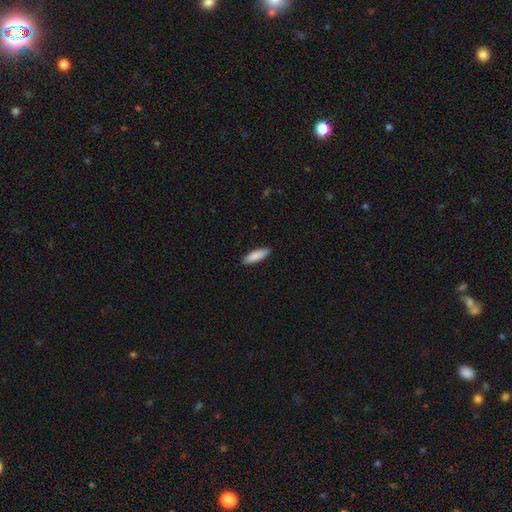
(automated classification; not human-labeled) Q: Smooth or featured?
A: smooth (88%); runner-up: featured or disk (7%)
Q: How rounded?
A: cigar-shaped (56%); runner-up: in between (42%)
Q: Merging?
A: none (90%); runner-up: minor disturbance (8%)